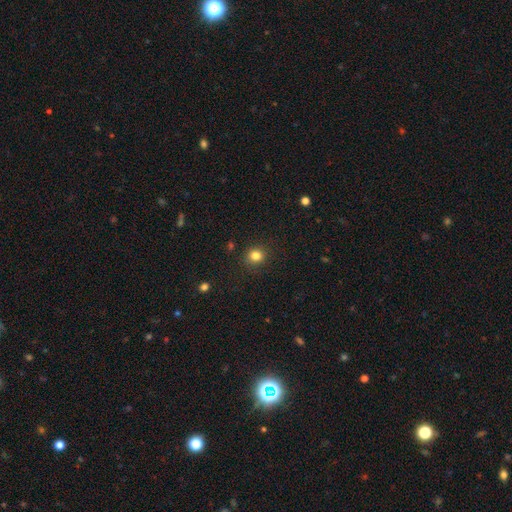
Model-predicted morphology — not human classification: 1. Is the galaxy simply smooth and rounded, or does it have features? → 82% smooth, 13% star or artifact, 5% featured or disk.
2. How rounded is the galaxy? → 84% round, 15% in between, 1% cigar-shaped.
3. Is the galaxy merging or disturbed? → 89% none, 7% minor disturbance, 2% major disturbance, 1% merger.